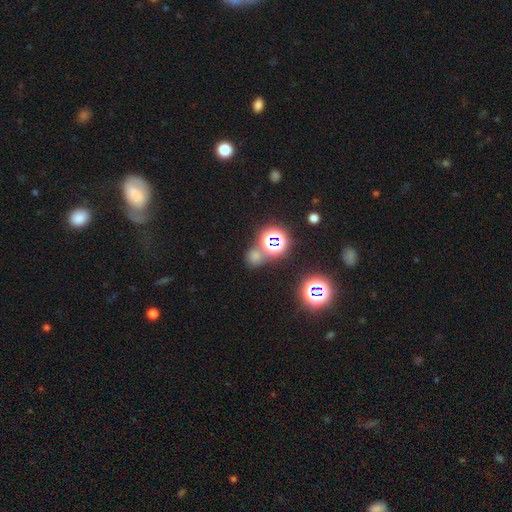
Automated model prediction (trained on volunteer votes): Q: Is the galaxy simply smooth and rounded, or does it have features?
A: smooth — 51%.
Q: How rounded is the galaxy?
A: round — 79%.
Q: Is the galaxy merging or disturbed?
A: none — 63%.